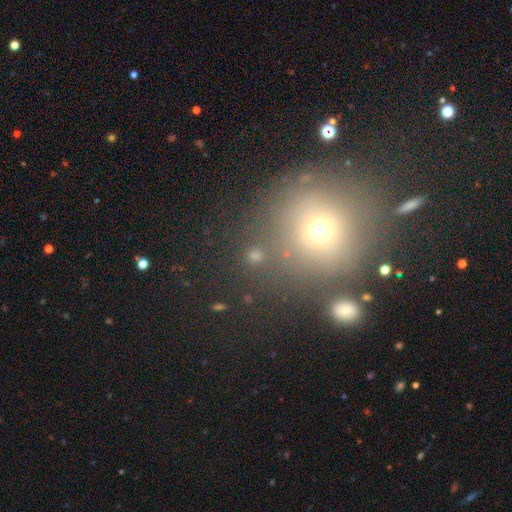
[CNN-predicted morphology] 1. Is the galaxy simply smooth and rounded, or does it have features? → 62% smooth, 29% star or artifact, 9% featured or disk.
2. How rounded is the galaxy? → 86% round, 12% in between, 2% cigar-shaped.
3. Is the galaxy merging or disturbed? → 76% none, 11% merger, 8% minor disturbance, 5% major disturbance.